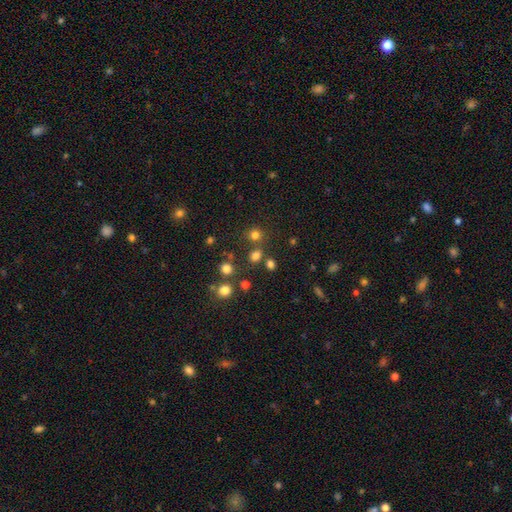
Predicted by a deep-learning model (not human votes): A smooth galaxy with no disk features (73%) that is round (74%). Merging: none (73%).